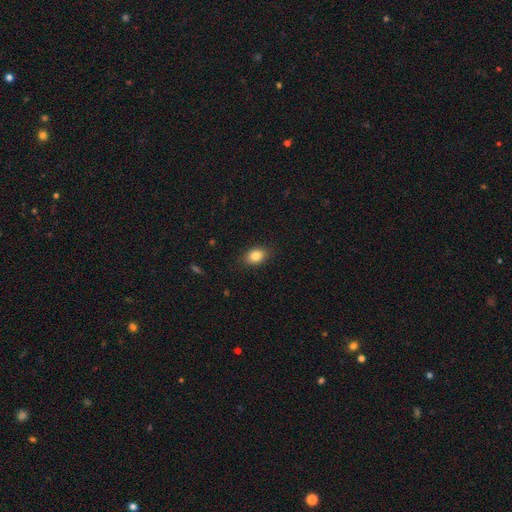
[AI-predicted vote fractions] smooth_or_featured: smooth (p=0.84) [alt: star or artifact p=0.09]
how_rounded: in between (p=0.76) [alt: round p=0.23]
merging: none (p=0.88) [alt: minor disturbance p=0.09]